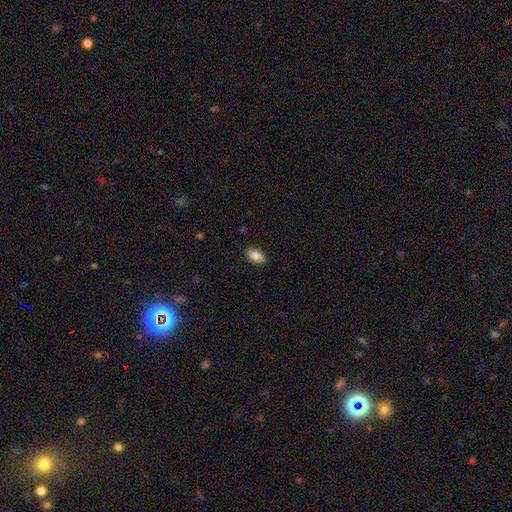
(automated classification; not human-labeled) smooth-or-featured: smooth: 84% | featured or disk: 8% | star or artifact: 7%
  how-rounded: in between: 91% | round: 7% | cigar-shaped: 2%
  merging: none: 87% | minor disturbance: 10% | major disturbance: 2% | merger: 1%